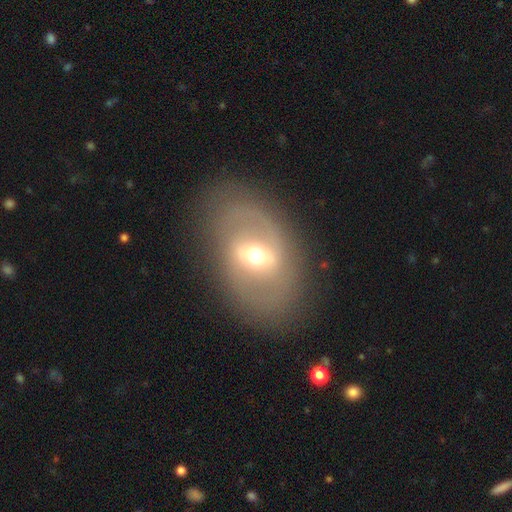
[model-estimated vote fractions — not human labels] smooth_or_featured: featured or disk (p=0.67) [alt: smooth p=0.25]
disk_edge_on: no (p=0.91) [alt: yes p=0.09]
bar: weak (p=0.42) [alt: strong p=0.39]
has_spiral_arms: no (p=0.57) [alt: yes p=0.43]
bulge_size: moderate (p=0.62) [alt: small p=0.27]
merging: none (p=0.81) [alt: minor disturbance p=0.11]